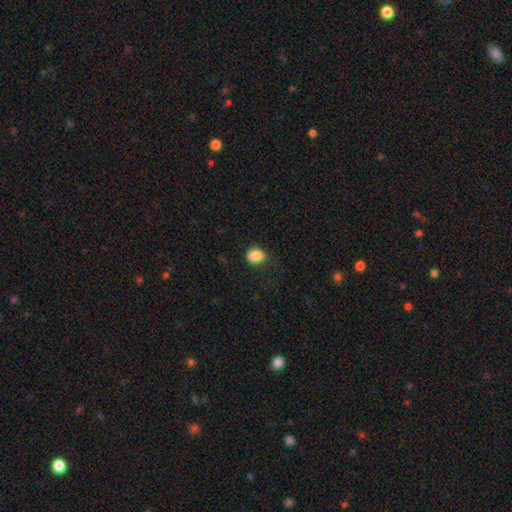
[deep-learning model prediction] Q: Smooth or featured?
A: smooth (86%); runner-up: star or artifact (9%)
Q: How rounded?
A: in between (60%); runner-up: round (39%)
Q: Merging?
A: none (67%); runner-up: minor disturbance (24%)